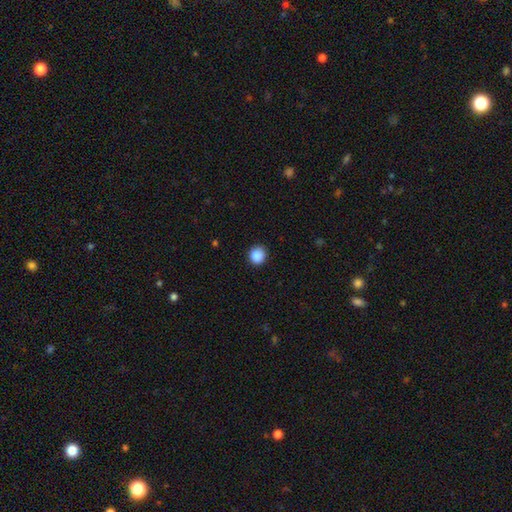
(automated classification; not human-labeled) Overall: smooth (88%). How rounded: round (89%). Merging: none (89%).